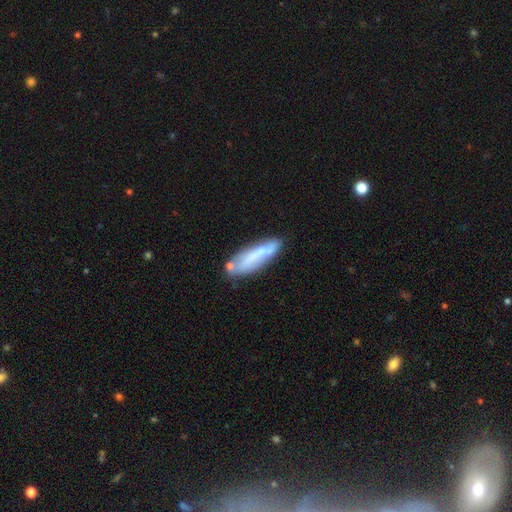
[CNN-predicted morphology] Smooth or featured: smooth — 56% (featured or disk — 37%)
How rounded: cigar-shaped — 68% (in between — 31%)
Merging: none — 62% (minor disturbance — 22%)